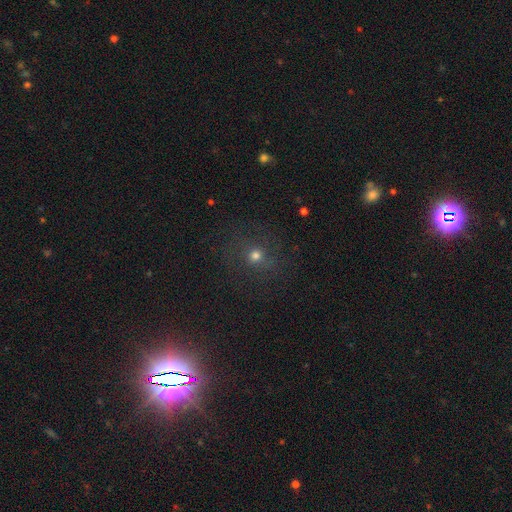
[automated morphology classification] This appears to be a smooth galaxy with no disk features (54%) that is round (87%). Merging: none (79%).